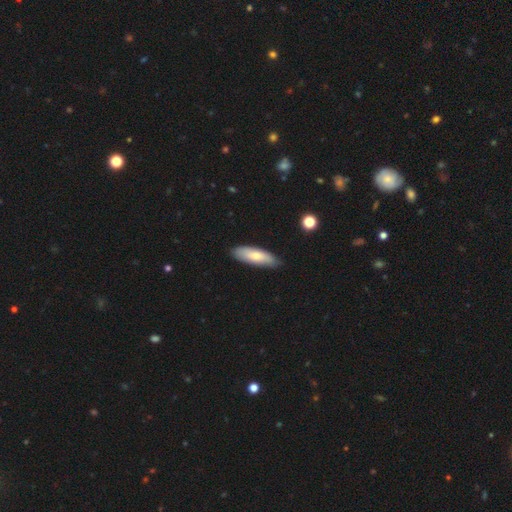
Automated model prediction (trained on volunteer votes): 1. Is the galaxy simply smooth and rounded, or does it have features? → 72% smooth, 22% featured or disk, 6% star or artifact.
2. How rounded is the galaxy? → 54% in between, 44% cigar-shaped, 2% round.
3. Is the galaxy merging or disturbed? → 82% none, 14% minor disturbance, 2% major disturbance, 1% merger.